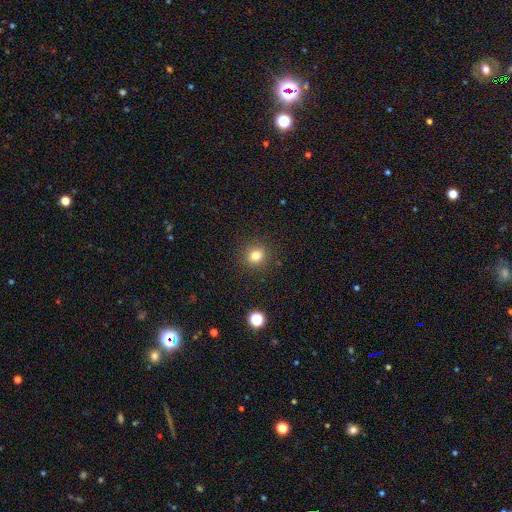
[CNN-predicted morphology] Smooth or featured: smooth — 79% (star or artifact — 14%)
How rounded: round — 87% (in between — 12%)
Merging: none — 90% (minor disturbance — 7%)